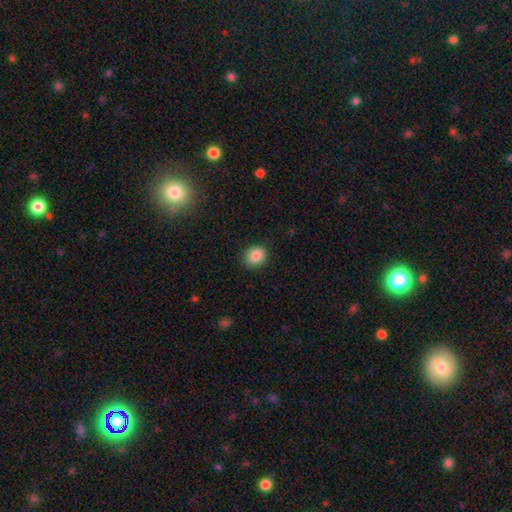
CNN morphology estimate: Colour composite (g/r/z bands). It shows a smooth galaxy with no disk features (86%) that is round (71%). Merging: none (88%).